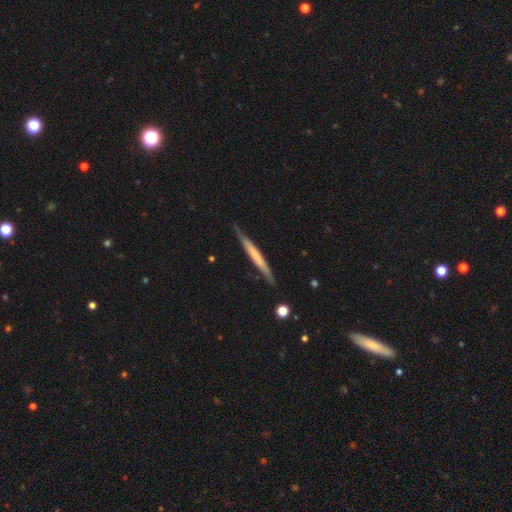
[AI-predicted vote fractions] The model was most divided on "smooth or featured": featured or disk: 48%, smooth: 47%, star or artifact: 5%. More confident: merging — none (82%).